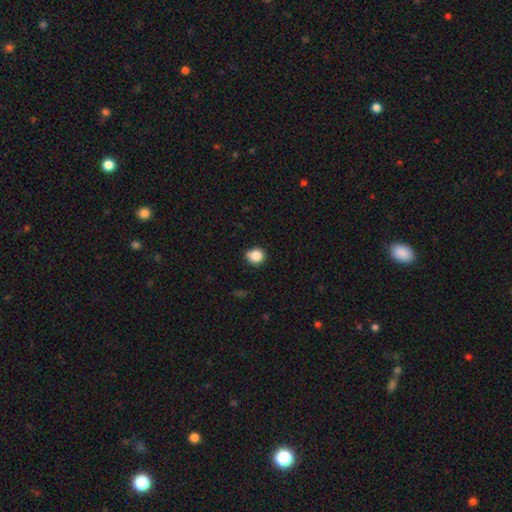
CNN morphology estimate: Smooth or featured?
  - smooth: 86% *
  - star or artifact: 10%
  - featured or disk: 4%
How rounded?
  - round: 82% *
  - in between: 17%
  - cigar-shaped: 1%
Merging?
  - none: 76% *
  - minor disturbance: 19%
  - major disturbance: 3%
  - merger: 2%